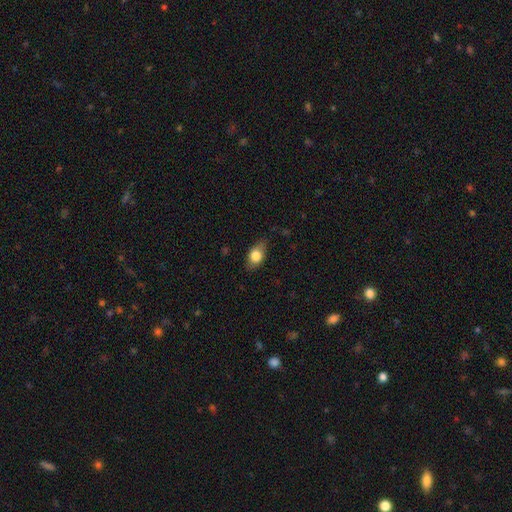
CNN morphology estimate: Smooth or featured? Predicted: smooth (p=0.77). How rounded? Predicted: in between (p=0.85). Merging? Predicted: none (p=0.78).